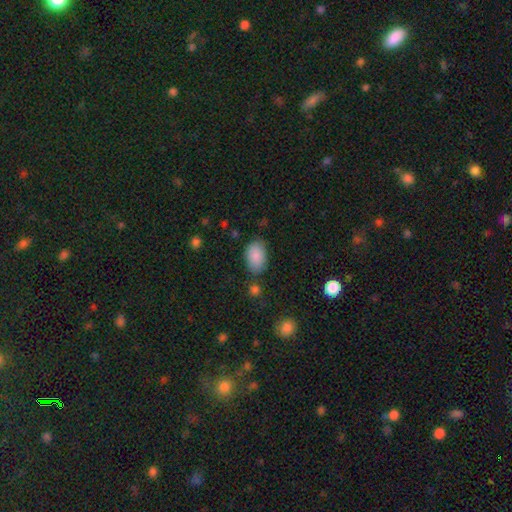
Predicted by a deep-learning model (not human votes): A smooth galaxy with no disk features (88%) that is in between round and cigar-shaped (91%). Merging: none (75%).